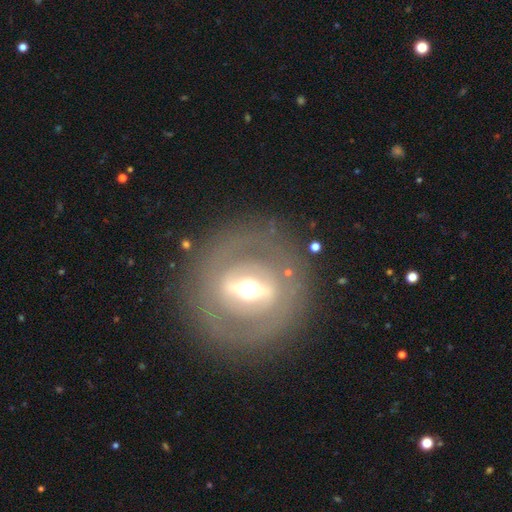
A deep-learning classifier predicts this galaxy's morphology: This is likely a featured or disk galaxy (74%). It is clearly not viewed edge-on (87%). Bar: possibly strong (57%). Spiral arm pattern: likely no (64%). Central bulge: likely moderate (62%). Merging: clearly none (83%).